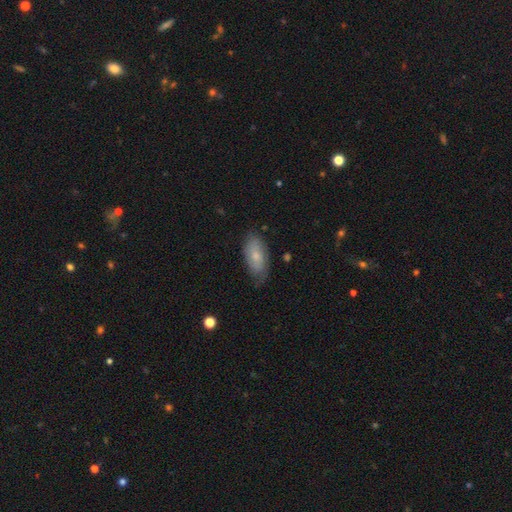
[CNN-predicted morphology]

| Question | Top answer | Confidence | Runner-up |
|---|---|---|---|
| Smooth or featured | smooth | 71% | featured or disk (22%) |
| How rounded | in between | 88% | cigar-shaped (10%) |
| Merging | none | 68% | minor disturbance (25%) |